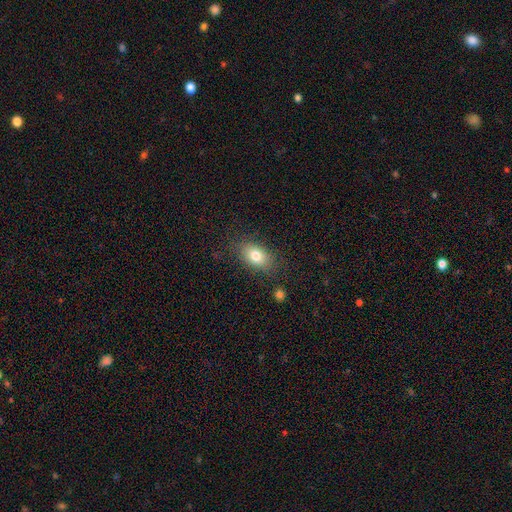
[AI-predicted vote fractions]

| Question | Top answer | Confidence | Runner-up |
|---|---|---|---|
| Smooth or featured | smooth | 78% | featured or disk (13%) |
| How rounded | in between | 85% | round (12%) |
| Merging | none | 80% | minor disturbance (14%) |